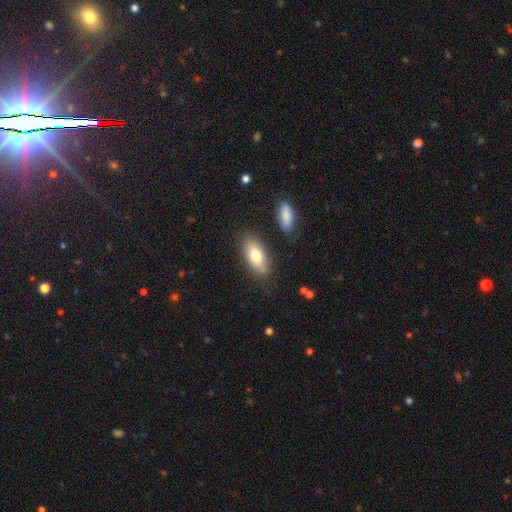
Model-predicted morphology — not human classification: The model was most divided on "smooth or featured": smooth: 77%, featured or disk: 16%, star or artifact: 7%. More confident: how rounded — in between (88%); merging — none (81%).